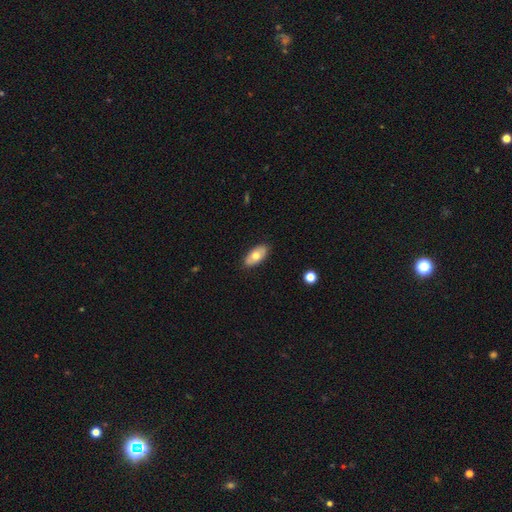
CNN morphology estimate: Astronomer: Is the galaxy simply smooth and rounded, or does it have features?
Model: smooth — 68%.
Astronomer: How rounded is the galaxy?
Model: in between — 91%.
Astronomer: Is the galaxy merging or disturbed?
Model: none — 87%.